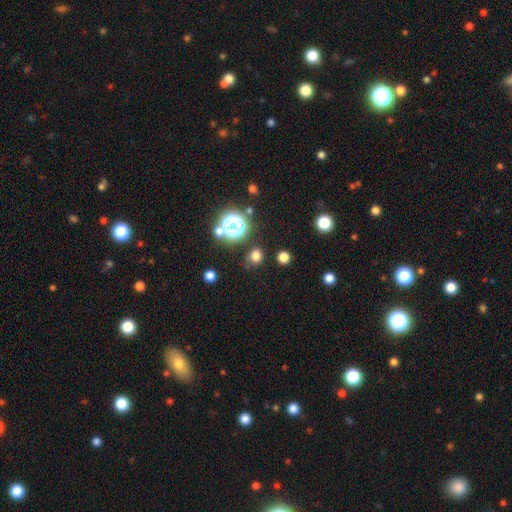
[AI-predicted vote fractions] Morphology: type=smooth (72%); roundness=round (77%); merging=none (79%).